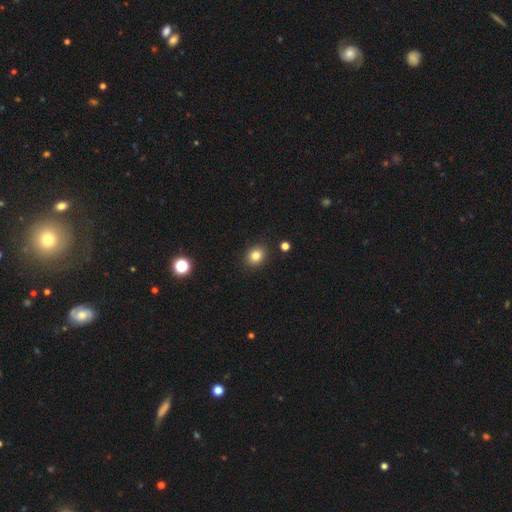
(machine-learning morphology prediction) A smooth galaxy with no disk features (82%) that is round (55%).

Vote fractions:
- Smooth or featured? smooth: 82% / star or artifact: 11% / featured or disk: 7%
- How rounded? round: 55% / in between: 44% / cigar-shaped: 1%
- Merging? none: 88% / minor disturbance: 8% / major disturbance: 2% / merger: 2%